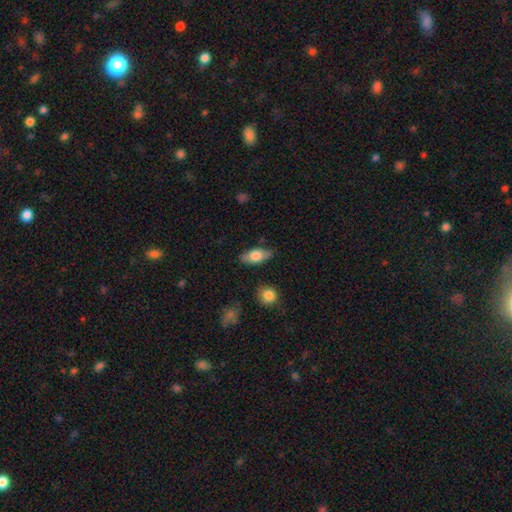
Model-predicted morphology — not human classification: type=smooth (71%); roundness=in between (85%); merging=none (83%).